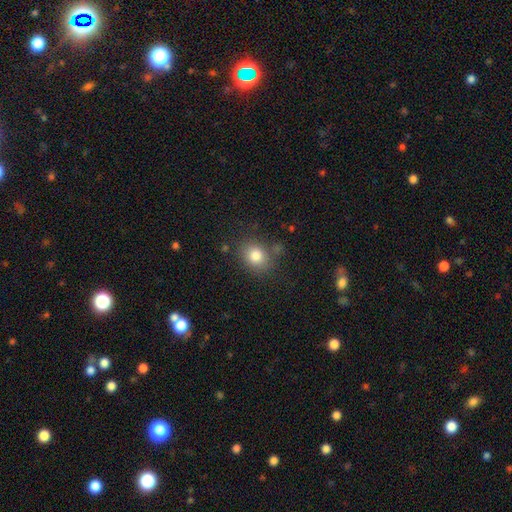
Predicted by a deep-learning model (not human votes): Smooth or featured? smooth (81%)
How rounded? round (59%)
Merging? none (78%)